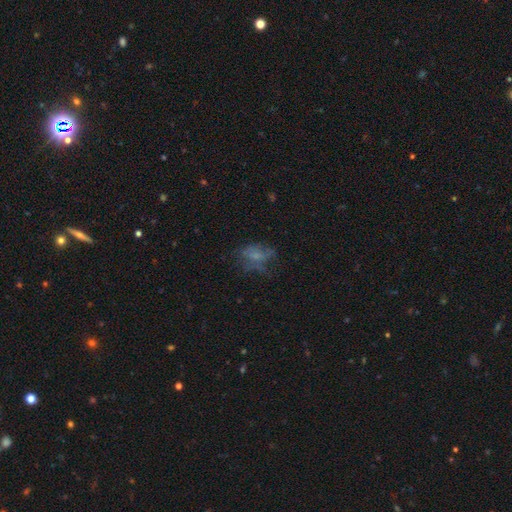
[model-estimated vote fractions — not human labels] Smooth or featured? smooth (45%)
Merging? none (46%)